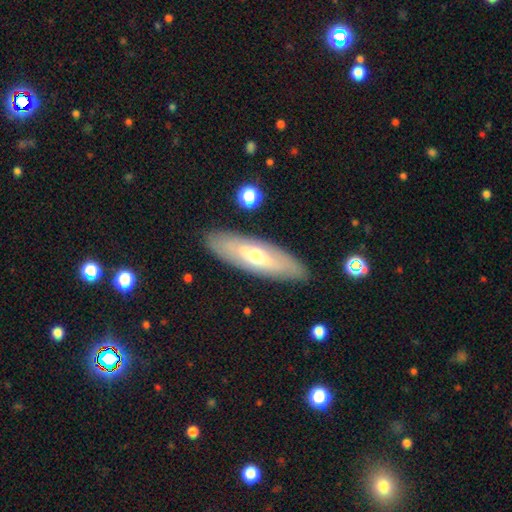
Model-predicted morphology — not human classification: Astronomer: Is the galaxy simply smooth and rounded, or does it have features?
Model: featured or disk — 54% (runner-up: smooth, 40%).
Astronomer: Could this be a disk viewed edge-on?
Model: no — 63%.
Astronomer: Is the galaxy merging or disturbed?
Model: none — 86%.